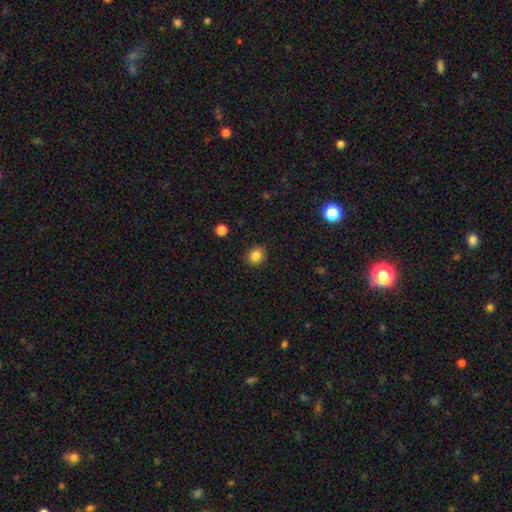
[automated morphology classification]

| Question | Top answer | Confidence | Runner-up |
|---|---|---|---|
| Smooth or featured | smooth | 85% | star or artifact (11%) |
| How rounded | round | 74% | in between (25%) |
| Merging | none | 88% | minor disturbance (8%) |